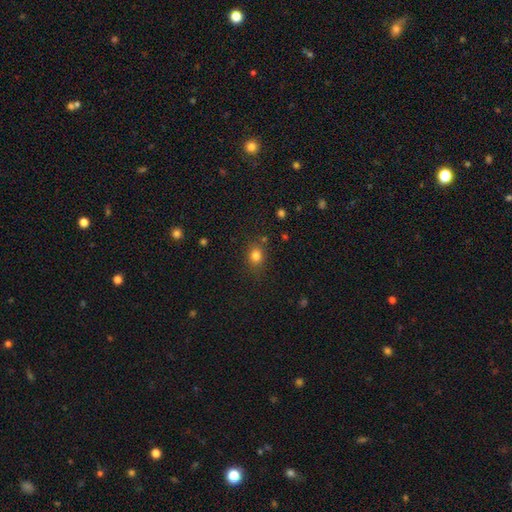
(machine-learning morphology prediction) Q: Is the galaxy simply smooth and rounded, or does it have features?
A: smooth — 80%.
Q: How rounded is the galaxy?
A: round — 62%.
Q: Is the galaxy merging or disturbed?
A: none — 77%.